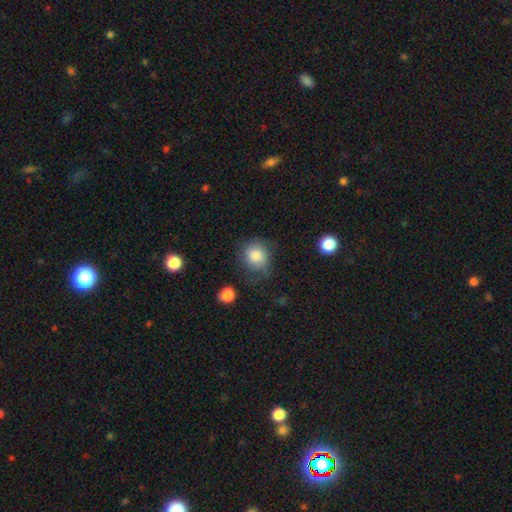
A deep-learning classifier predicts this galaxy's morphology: Smooth or featured?
  - smooth: 83% *
  - featured or disk: 9%
  - star or artifact: 8%
How rounded?
  - round: 82% *
  - in between: 17%
  - cigar-shaped: 1%
Merging?
  - none: 66% *
  - minor disturbance: 22%
  - major disturbance: 9%
  - merger: 3%